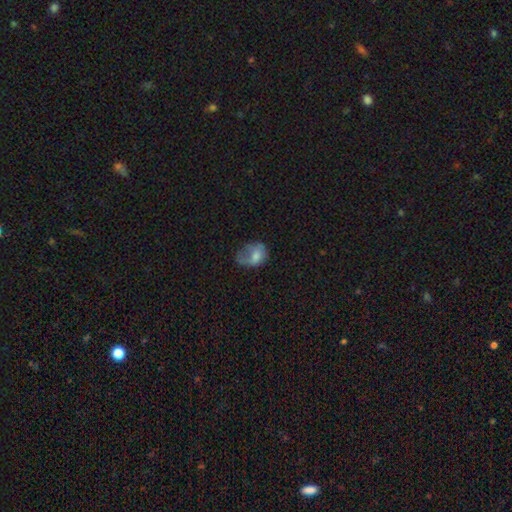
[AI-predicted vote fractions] Q: Smooth or featured?
A: smooth (66%); runner-up: featured or disk (25%)
Q: How rounded?
A: in between (67%); runner-up: round (32%)
Q: Merging?
A: major disturbance (43%); runner-up: minor disturbance (30%)